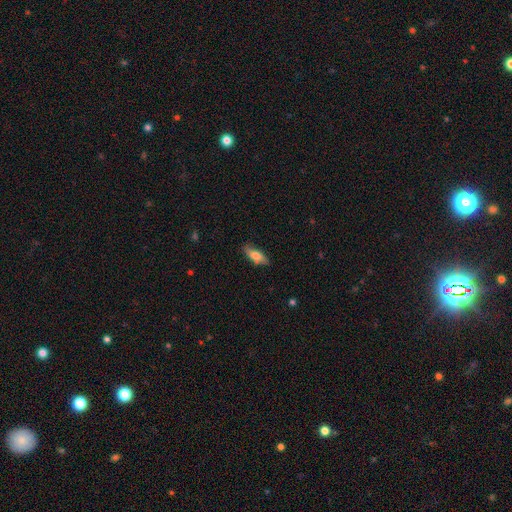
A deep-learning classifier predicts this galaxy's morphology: smooth-or-featured: smooth: 71% | featured or disk: 22% | star or artifact: 7%
  how-rounded: in between: 68% | cigar-shaped: 29% | round: 3%
  merging: none: 79% | minor disturbance: 17% | major disturbance: 3% | merger: 1%